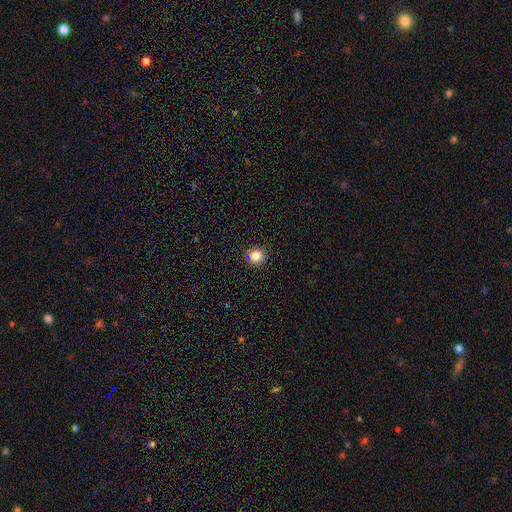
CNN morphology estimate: Overall: smooth (82%). How rounded: round (92%). Merging: none (88%).